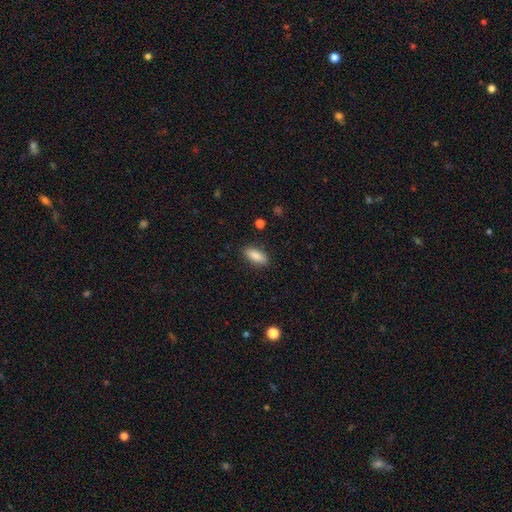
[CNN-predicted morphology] A smooth galaxy with no disk features (86%) that is in between round and cigar-shaped (76%).

Vote fractions:
- Smooth or featured? smooth: 86% / star or artifact: 7% / featured or disk: 6%
- How rounded? in between: 76% / cigar-shaped: 22% / round: 2%
- Merging? none: 87% / minor disturbance: 9% / major disturbance: 2% / merger: 1%